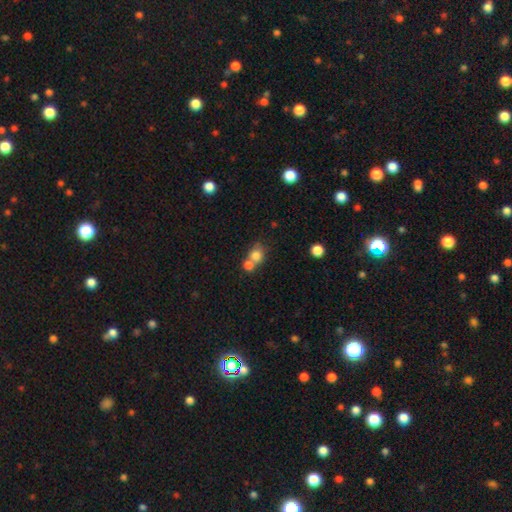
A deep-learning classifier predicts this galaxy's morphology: This appears to be a smooth galaxy with no disk features (78%) that is round (74%). Merging: merger (50%).